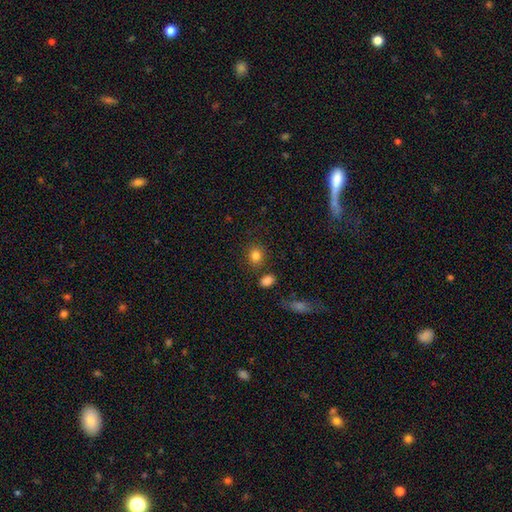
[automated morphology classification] Q: Smooth or featured?
A: smooth (84%); runner-up: star or artifact (11%)
Q: How rounded?
A: round (67%); runner-up: in between (32%)
Q: Merging?
A: none (78%); runner-up: minor disturbance (10%)